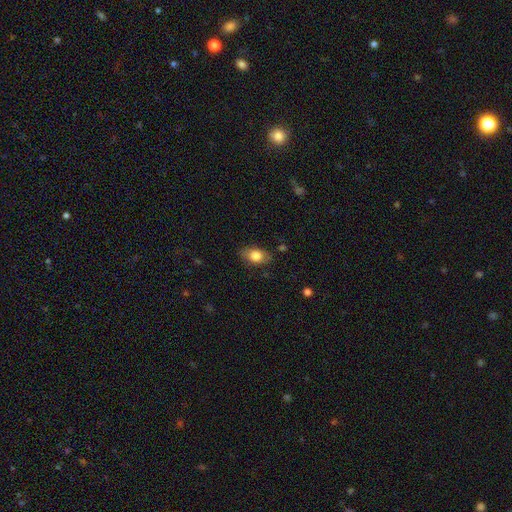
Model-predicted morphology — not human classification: A smooth galaxy with no disk features (79%) that is in between round and cigar-shaped (85%).

Vote fractions:
- Smooth or featured? smooth: 79% / featured or disk: 13% / star or artifact: 8%
- How rounded? in between: 85% / round: 12% / cigar-shaped: 3%
- Merging? none: 79% / minor disturbance: 16% / major disturbance: 4% / merger: 1%